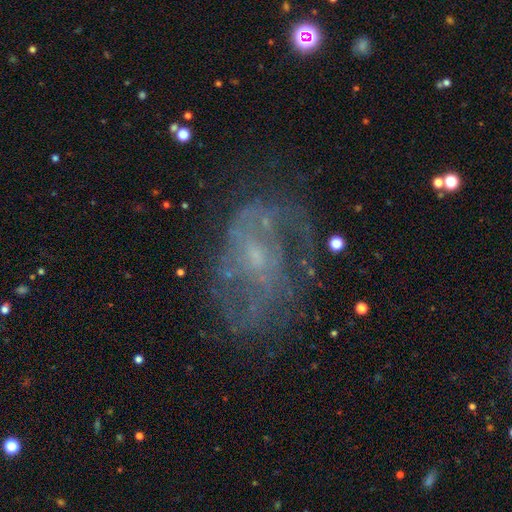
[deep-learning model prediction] Smooth or featured? Predicted: featured or disk (p=0.72). Edge-on disk? Predicted: no (p=0.97). Bar? Predicted: no (p=0.59). Spiral arms? Predicted: yes (p=0.74). Spiral winding? Predicted: medium (p=0.40). Spiral arm count? Predicted: can't tell (p=0.41). Bulge size? Predicted: small (p=0.64). Merging? Predicted: none (p=0.59).